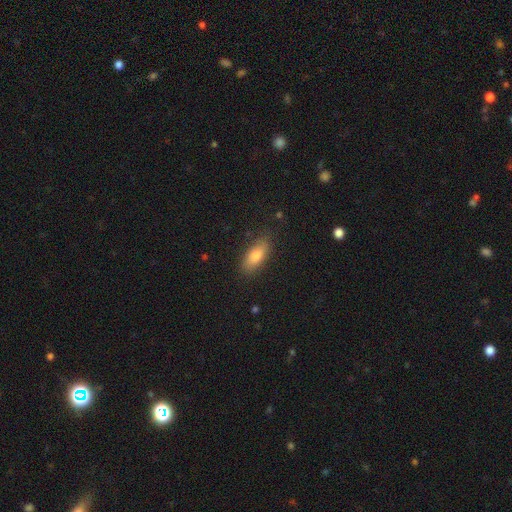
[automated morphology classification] smooth 79%, featured or disk 13%, star or artifact 7%. Down the decision tree: how rounded — in between (77%); merging — none (82%).